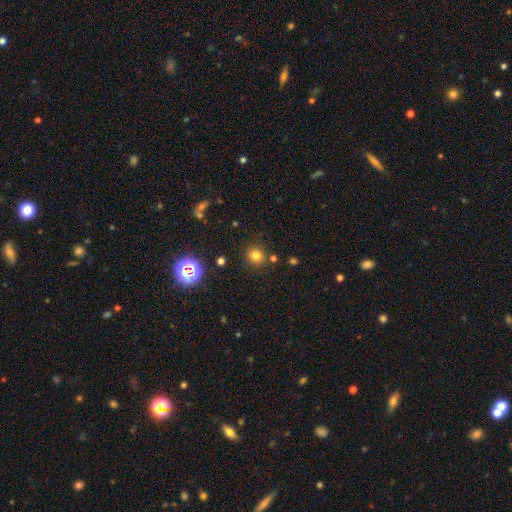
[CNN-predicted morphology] Smooth or featured?
  - smooth: 77% *
  - star or artifact: 17%
  - featured or disk: 6%
How rounded?
  - round: 88% *
  - in between: 11%
  - cigar-shaped: 1%
Merging?
  - none: 84% *
  - minor disturbance: 8%
  - merger: 5%
  - major disturbance: 3%